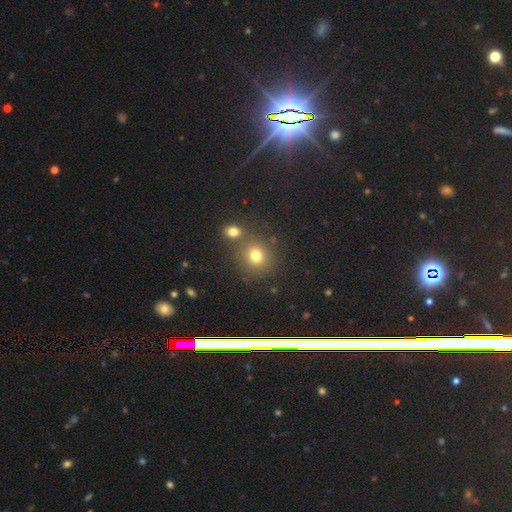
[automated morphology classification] smooth-or-featured: smooth: 75% | star or artifact: 17% | featured or disk: 8%
  how-rounded: round: 83% | in between: 16% | cigar-shaped: 1%
  merging: none: 70% | merger: 18% | minor disturbance: 9% | major disturbance: 4%